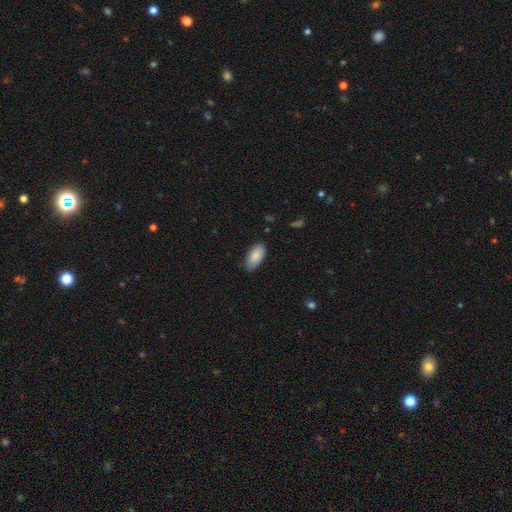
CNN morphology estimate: Smooth or featured?
  - smooth: 87% *
  - featured or disk: 7%
  - star or artifact: 6%
How rounded?
  - in between: 94% *
  - cigar-shaped: 4%
  - round: 2%
Merging?
  - none: 80% *
  - minor disturbance: 16%
  - major disturbance: 3%
  - merger: 1%